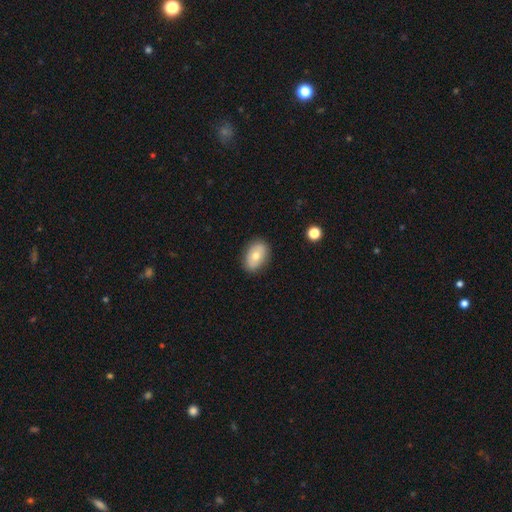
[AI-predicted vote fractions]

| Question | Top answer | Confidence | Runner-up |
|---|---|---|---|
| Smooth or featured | smooth | 71% | featured or disk (22%) |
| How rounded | in between | 86% | round (12%) |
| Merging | none | 86% | minor disturbance (10%) |